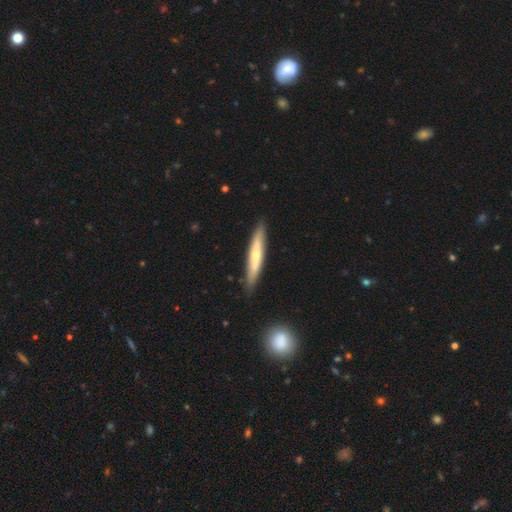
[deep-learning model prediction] Smooth or featured? Predicted: smooth (p=0.49). Merging? Predicted: none (p=0.87).